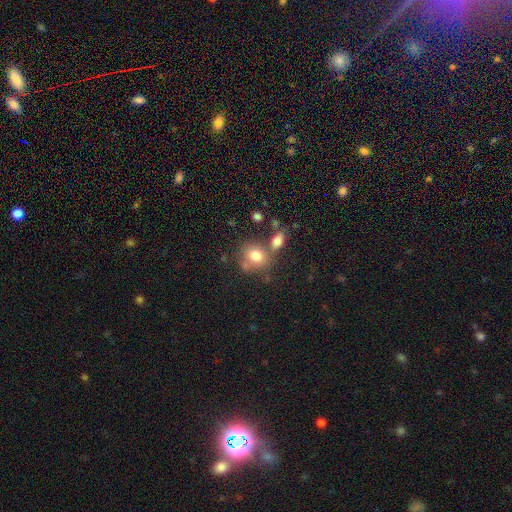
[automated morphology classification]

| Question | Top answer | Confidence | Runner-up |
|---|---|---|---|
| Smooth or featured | smooth | 77% | featured or disk (13%) |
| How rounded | round | 59% | in between (40%) |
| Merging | none | 53% | merger (27%) |